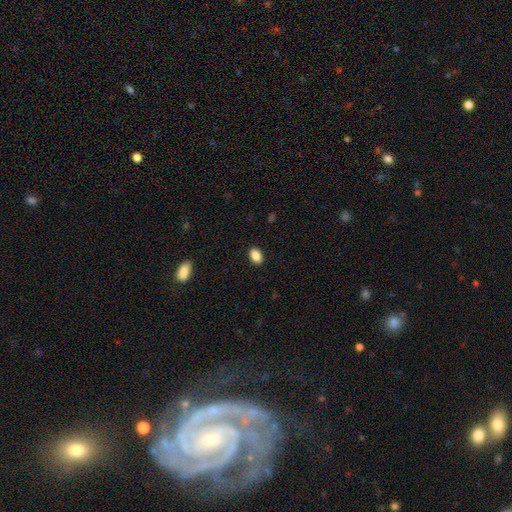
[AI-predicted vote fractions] Q: Smooth or featured?
A: smooth (88%); runner-up: star or artifact (8%)
Q: How rounded?
A: in between (84%); runner-up: round (14%)
Q: Merging?
A: none (90%); runner-up: minor disturbance (7%)